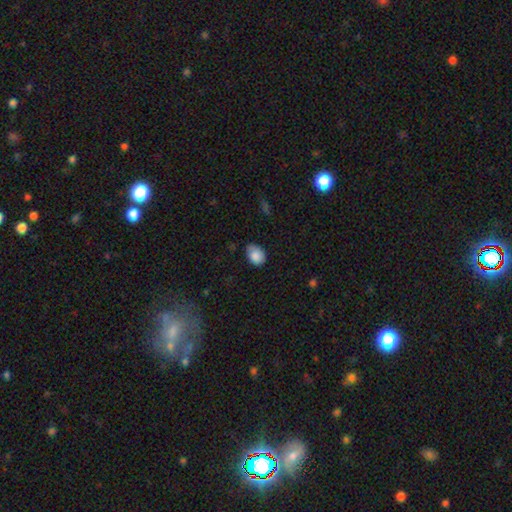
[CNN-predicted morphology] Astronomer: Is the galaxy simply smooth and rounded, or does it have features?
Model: smooth — 86%.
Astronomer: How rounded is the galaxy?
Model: in between — 76%.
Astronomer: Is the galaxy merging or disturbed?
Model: none — 60%.